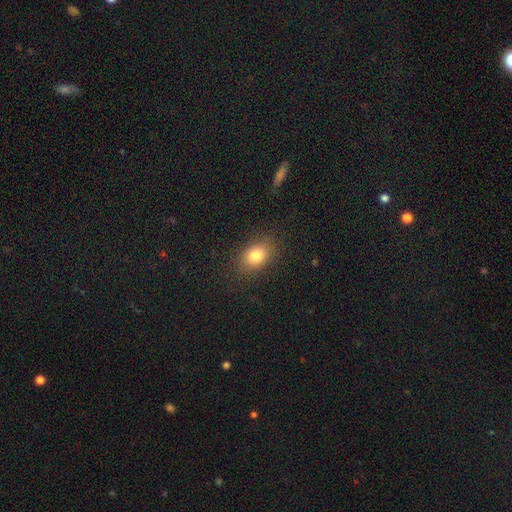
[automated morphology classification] A smooth galaxy with no disk features (80%) that is in between round and cigar-shaped (75%).

Vote fractions:
- Smooth or featured? smooth: 80% / star or artifact: 10% / featured or disk: 9%
- How rounded? in between: 75% / round: 23% / cigar-shaped: 2%
- Merging? none: 86% / minor disturbance: 10% / major disturbance: 3% / merger: 1%